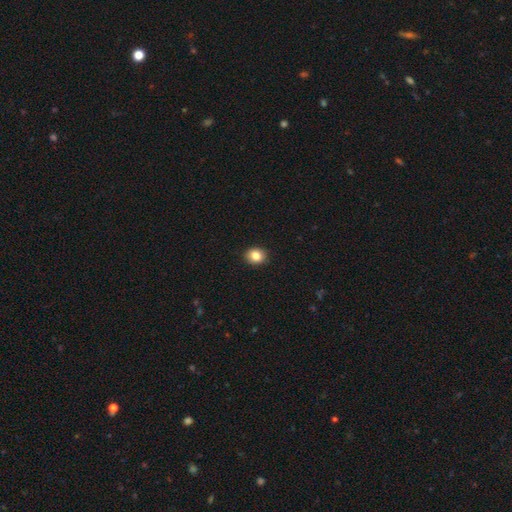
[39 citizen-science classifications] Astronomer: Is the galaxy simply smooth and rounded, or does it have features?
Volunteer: smooth — 90%.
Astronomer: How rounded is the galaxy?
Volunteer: round — 66%.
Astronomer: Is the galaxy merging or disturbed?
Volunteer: none — 89%.